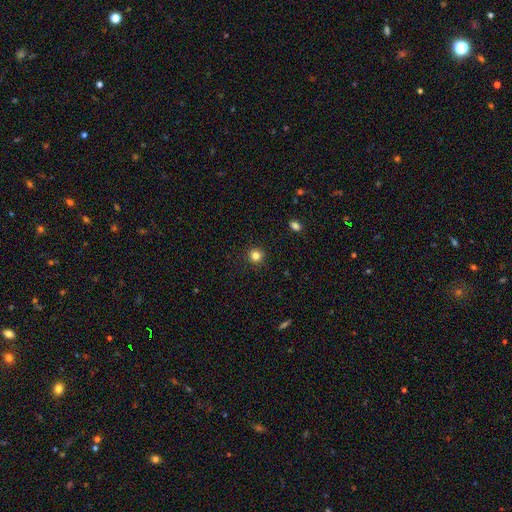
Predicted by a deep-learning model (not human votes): The model was most divided on "smooth or featured": smooth: 83%, star or artifact: 12%, featured or disk: 4%. More confident: how rounded — round (94%); merging — none (92%).